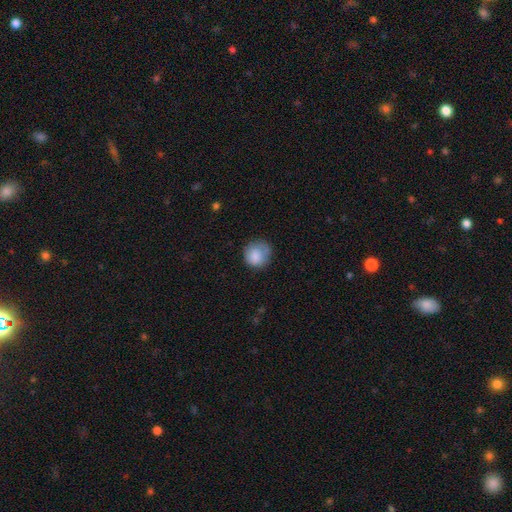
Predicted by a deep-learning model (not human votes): Smooth or featured?
  - smooth: 82% *
  - featured or disk: 11%
  - star or artifact: 8%
How rounded?
  - round: 85% *
  - in between: 14%
  - cigar-shaped: 1%
Merging?
  - none: 63% *
  - minor disturbance: 25%
  - major disturbance: 9%
  - merger: 2%